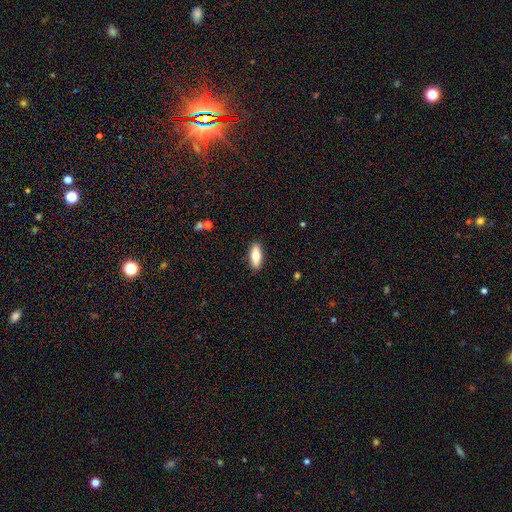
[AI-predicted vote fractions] Smooth or featured: smooth — 71% (featured or disk — 22%)
How rounded: in between — 71% (cigar-shaped — 26%)
Merging: none — 89% (minor disturbance — 8%)